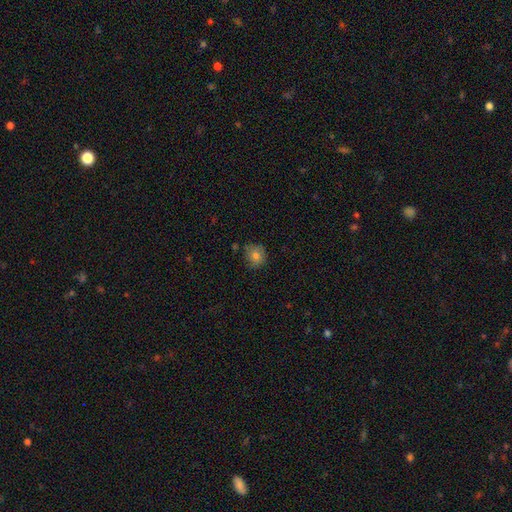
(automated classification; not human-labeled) smooth 81%, star or artifact 10%, featured or disk 9%. Down the decision tree: how rounded — round (83%); merging — none (76%).